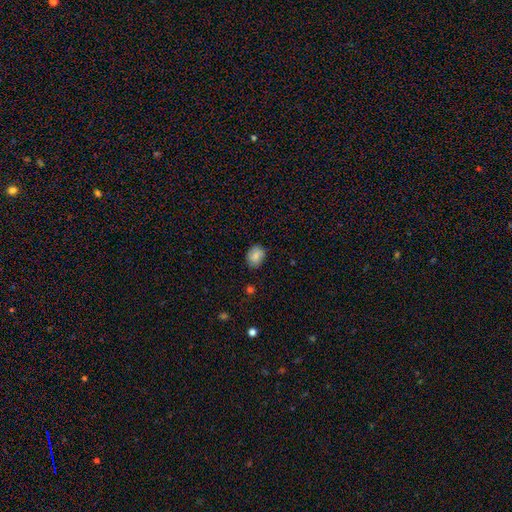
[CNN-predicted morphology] Q: Smooth or featured?
A: smooth (82%); runner-up: featured or disk (9%)
Q: How rounded?
A: in between (53%); runner-up: round (46%)
Q: Merging?
A: none (78%); runner-up: minor disturbance (17%)